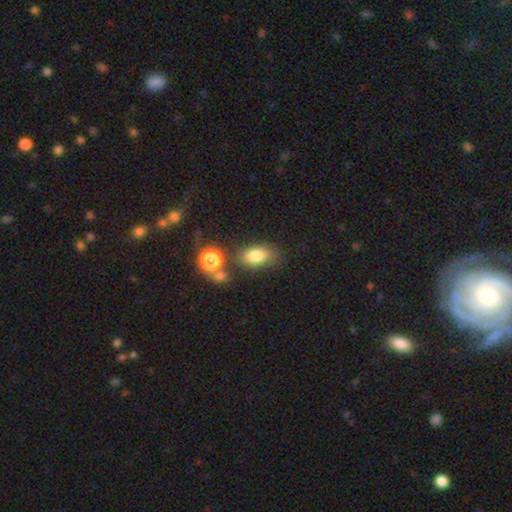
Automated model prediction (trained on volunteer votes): smooth 79%, star or artifact 11%, featured or disk 10%. Down the decision tree: how rounded — in between (81%); merging — none (69%).